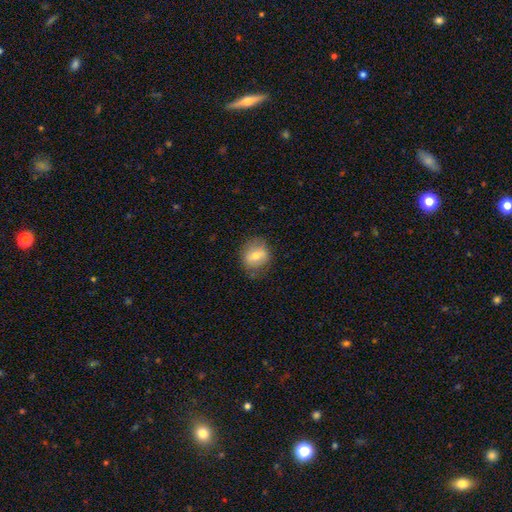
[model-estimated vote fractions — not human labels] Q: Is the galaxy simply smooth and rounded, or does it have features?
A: smooth — 64%.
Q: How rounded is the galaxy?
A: round — 67%.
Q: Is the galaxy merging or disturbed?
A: none — 75%.